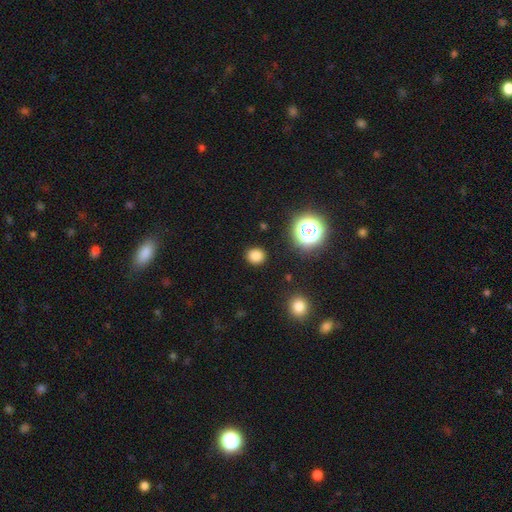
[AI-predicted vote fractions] smooth-or-featured: smooth: 80% | star or artifact: 16% | featured or disk: 4%
  how-rounded: round: 83% | in between: 16% | cigar-shaped: 1%
  merging: none: 89% | minor disturbance: 7% | major disturbance: 3% | merger: 1%